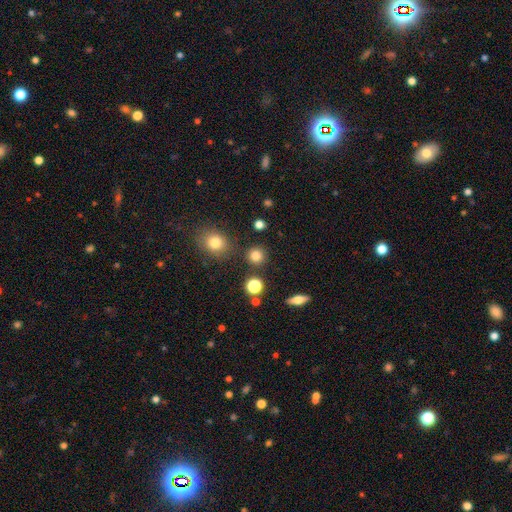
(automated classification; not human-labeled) This appears to be a smooth galaxy with no disk features (81%) that is round (92%). Merging: none (87%).